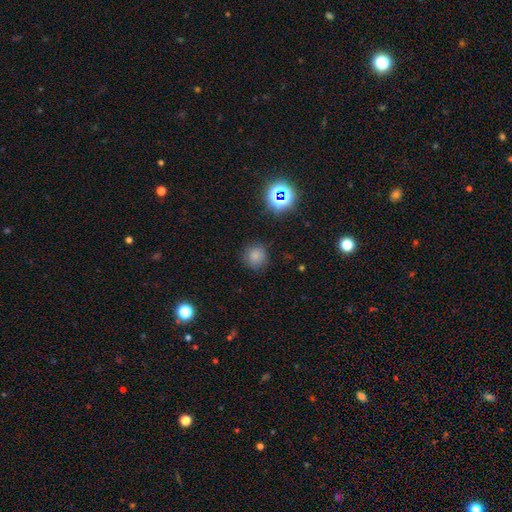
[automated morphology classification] smooth 75%, star or artifact 19%, featured or disk 6%. Down the decision tree: how rounded — round (90%); merging — none (84%).